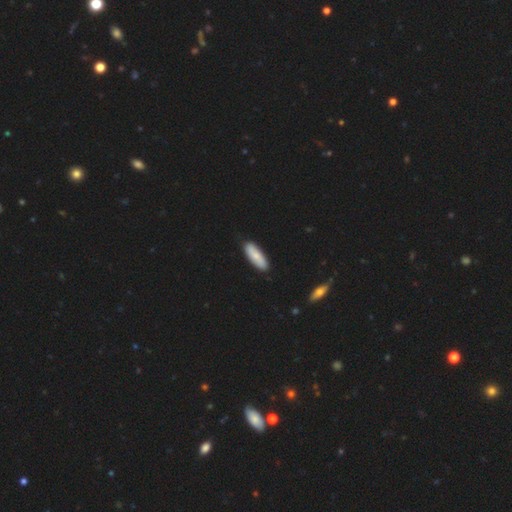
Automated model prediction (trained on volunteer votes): Overall: smooth (74%). How rounded: in between (61%; cigar-shaped 37%). Merging: none (88%).